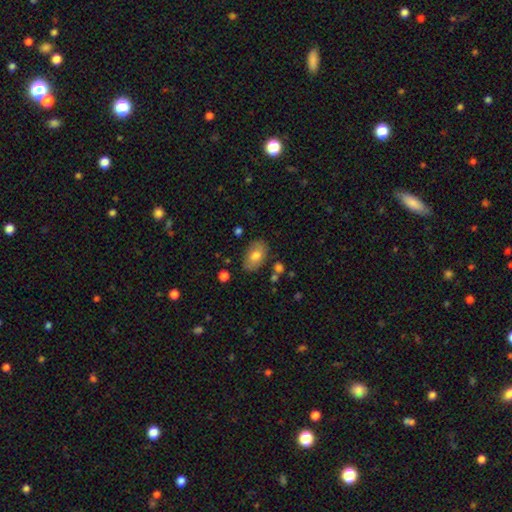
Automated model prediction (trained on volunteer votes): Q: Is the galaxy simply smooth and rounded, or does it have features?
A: smooth — 70%.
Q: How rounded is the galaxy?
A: in between — 88%.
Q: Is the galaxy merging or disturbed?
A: none — 77%.